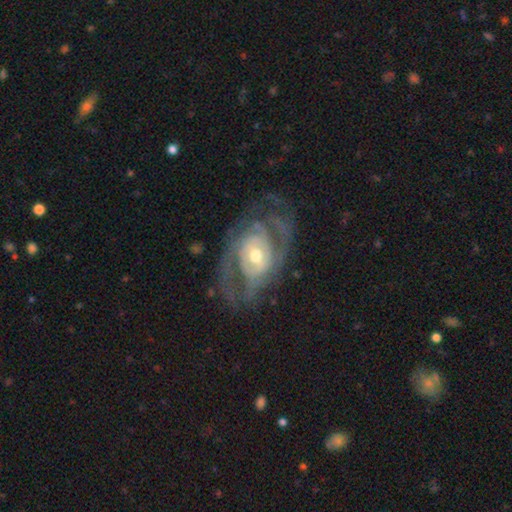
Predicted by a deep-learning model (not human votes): The model was most divided on "spiral winding": tight: 48%, medium: 37%, loose: 14%. Remaining: edge-on disk — no (96%); spiral arms — yes (87%); smooth or featured — featured or disk (86%); bulge size — moderate (67%); merging — none (64%); bar — no (59%); spiral arm count — 2 (45%).